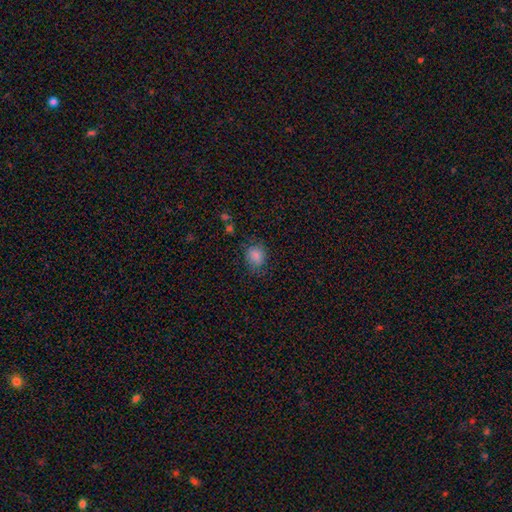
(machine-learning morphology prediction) The model was most divided on "how rounded": round: 63%, in between: 36%, cigar-shaped: 1%. More confident: smooth or featured — smooth (85%); merging — none (75%).